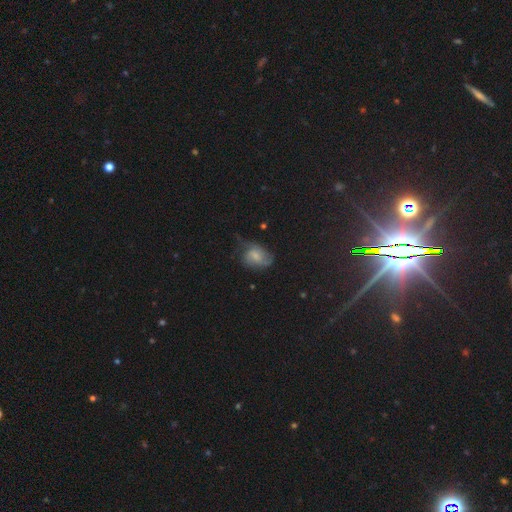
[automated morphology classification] This appears to be a featured or disk galaxy (49%). Merging: none (41%).